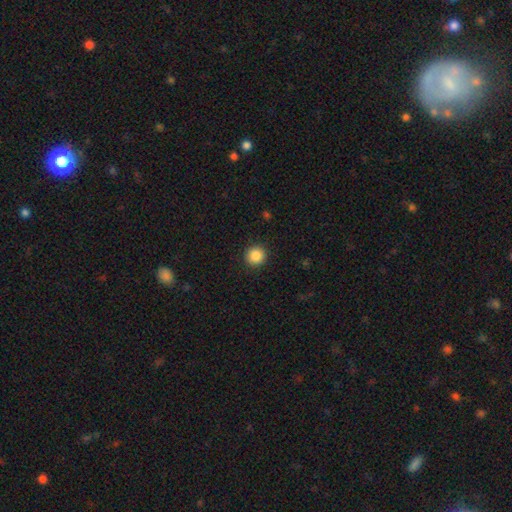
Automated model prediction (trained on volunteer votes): smooth_or_featured: smooth (p=0.87) [alt: star or artifact p=0.10]
how_rounded: round (p=0.94) [alt: in between p=0.05]
merging: none (p=0.92) [alt: minor disturbance p=0.05]